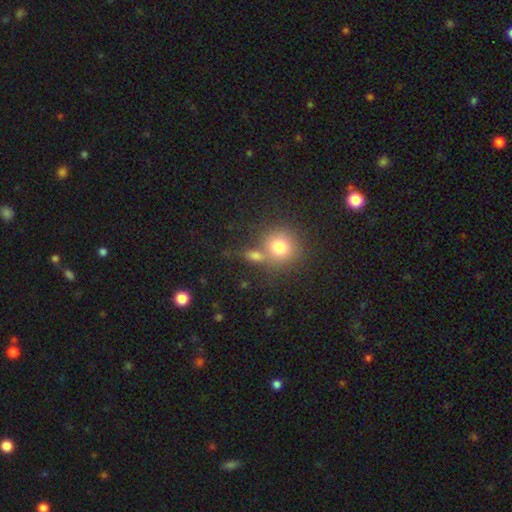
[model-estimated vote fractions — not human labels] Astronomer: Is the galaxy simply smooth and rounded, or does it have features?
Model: smooth — 74%.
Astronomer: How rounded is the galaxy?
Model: round — 55% (runner-up: in between, 41%).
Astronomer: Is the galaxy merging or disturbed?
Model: none — 52% (runner-up: merger, 30%).